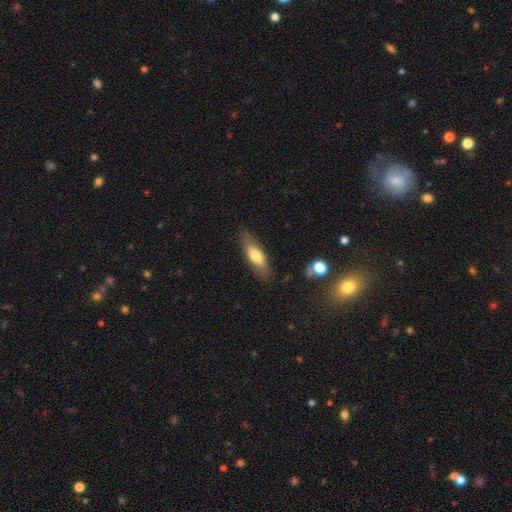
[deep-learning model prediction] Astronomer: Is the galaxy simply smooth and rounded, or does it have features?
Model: smooth — 67%.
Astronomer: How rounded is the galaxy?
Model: in between — 58% (runner-up: cigar-shaped, 39%).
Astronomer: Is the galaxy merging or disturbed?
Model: none — 79%.